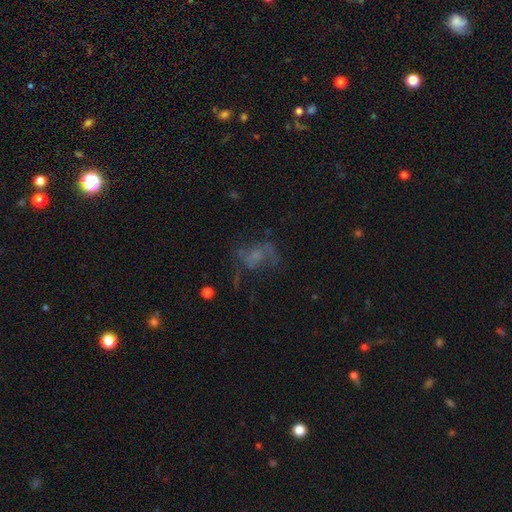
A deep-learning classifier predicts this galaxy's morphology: smooth_or_featured: featured or disk (p=0.45) [alt: smooth p=0.31]
merging: none (p=0.41) [alt: major disturbance p=0.37]